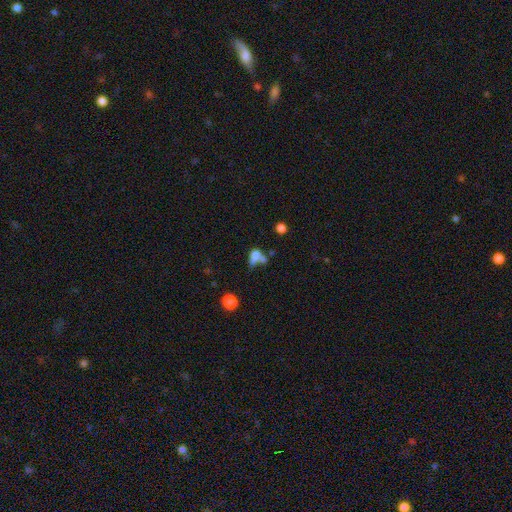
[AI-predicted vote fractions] This appears to be a smooth galaxy with no disk features (68%) that is in between round and cigar-shaped (53%). Merging: merger (43%).